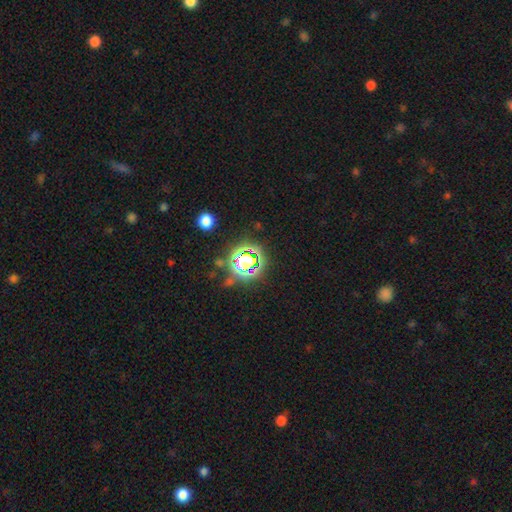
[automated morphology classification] type=star or artifact (68%).